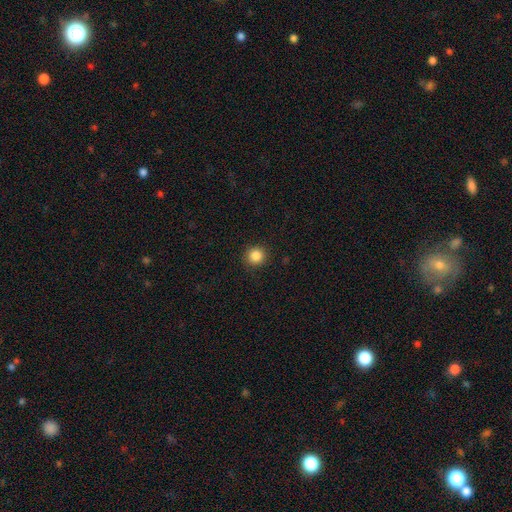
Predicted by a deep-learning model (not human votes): This is clearly a smooth galaxy (85%). How rounded: clearly round (94%). Merging: clearly none (92%).